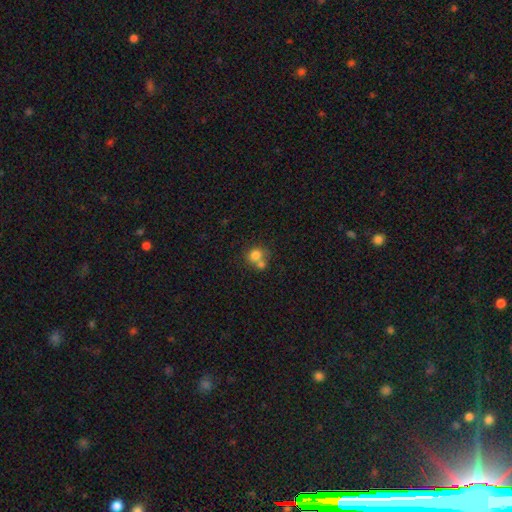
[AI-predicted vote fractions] Smooth or featured?
  - smooth: 78% *
  - featured or disk: 11%
  - star or artifact: 11%
How rounded?
  - round: 78% *
  - in between: 21%
  - cigar-shaped: 1%
Merging?
  - merger: 48% *
  - none: 41%
  - minor disturbance: 8%
  - major disturbance: 4%